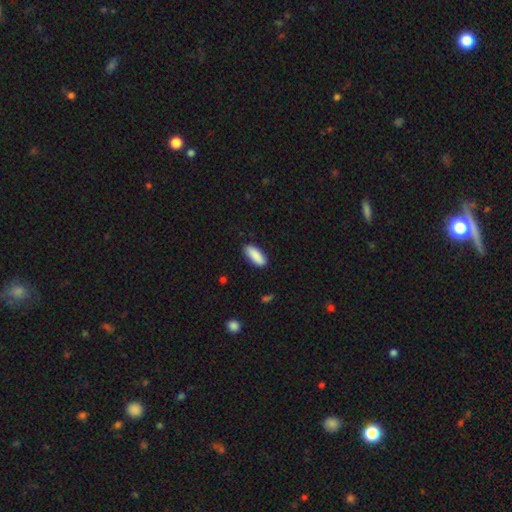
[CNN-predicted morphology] Smooth or featured?
  - smooth: 90% *
  - star or artifact: 6%
  - featured or disk: 4%
How rounded?
  - in between: 74% *
  - cigar-shaped: 24%
  - round: 2%
Merging?
  - none: 87% *
  - minor disturbance: 10%
  - major disturbance: 2%
  - merger: 1%